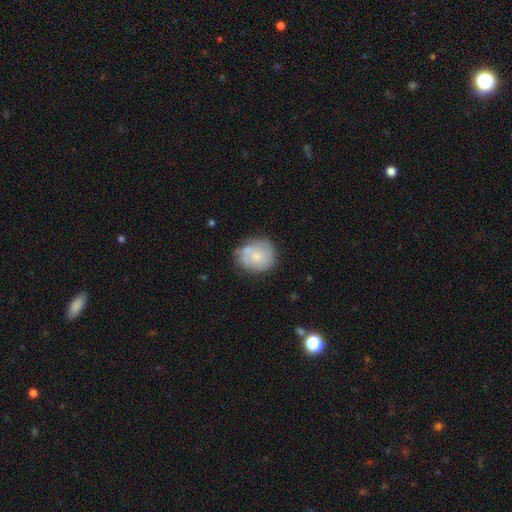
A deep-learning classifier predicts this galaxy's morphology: Smooth or featured? smooth (58%)
How rounded? round (73%)
Merging? none (63%)